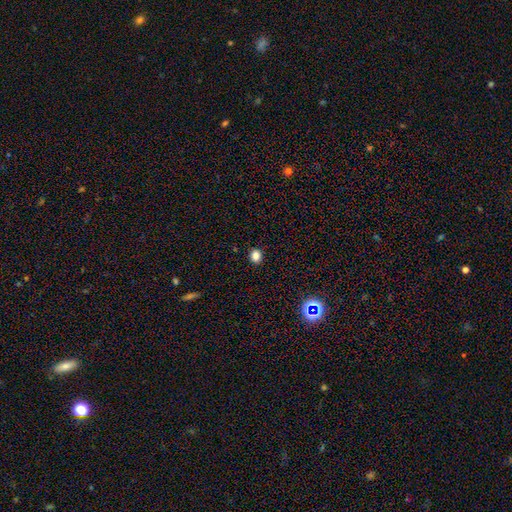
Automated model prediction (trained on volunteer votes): Smooth or featured? smooth (82%)
How rounded? round (67%)
Merging? none (91%)